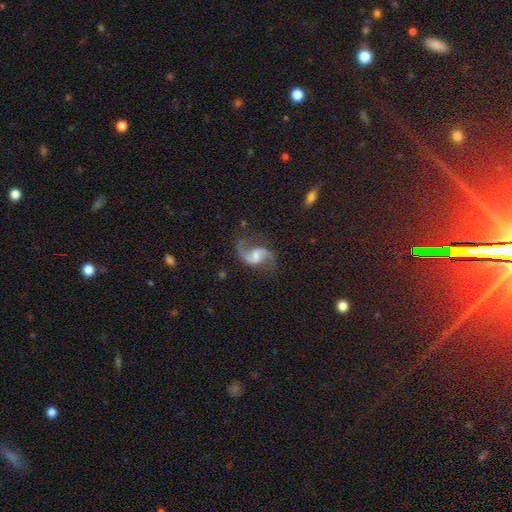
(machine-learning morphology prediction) featured or disk 88%, smooth 6%, star or artifact 6%. Down the decision tree: edge-on disk — no (98%); bar — weak (52%); spiral arms — yes (97%); spiral arm count — 2 (91%); spiral winding — loose (64%); bulge size — moderate (32%); merging — none (70%).